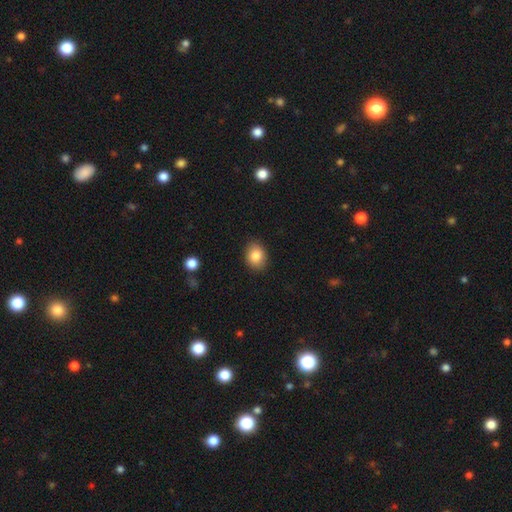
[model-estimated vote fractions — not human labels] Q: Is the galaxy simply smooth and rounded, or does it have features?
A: smooth — 85%.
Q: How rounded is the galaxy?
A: in between — 59%.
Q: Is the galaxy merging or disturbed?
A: none — 88%.